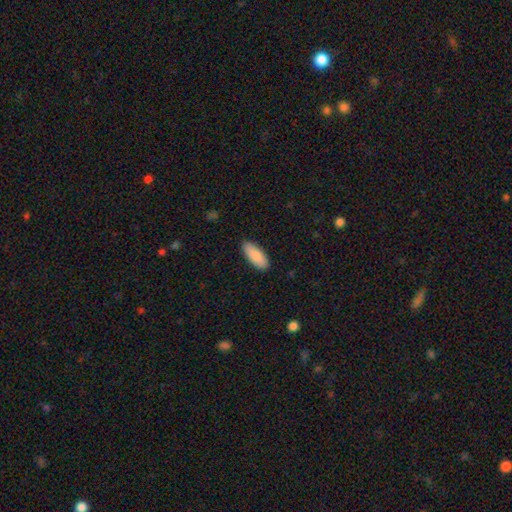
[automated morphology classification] Overall: smooth (87%). How rounded: in between (78%). Merging: none (89%).